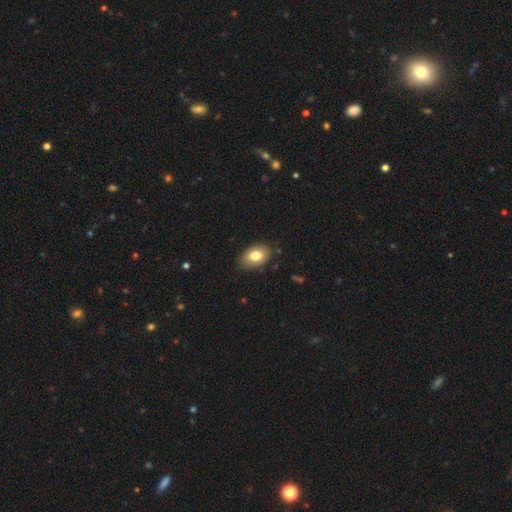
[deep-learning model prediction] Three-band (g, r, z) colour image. It shows a smooth galaxy with no disk features (80%) that is in between round and cigar-shaped (87%). Merging: none (83%).